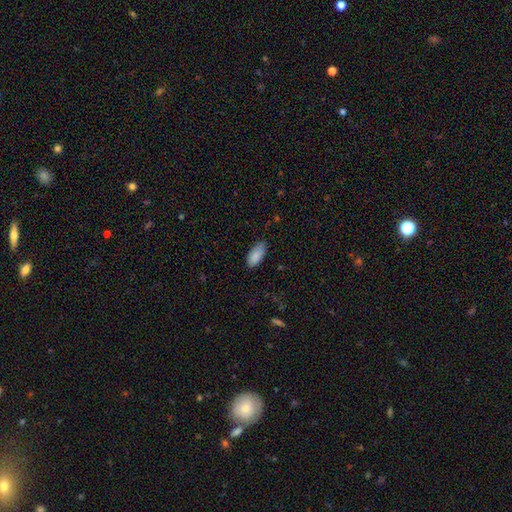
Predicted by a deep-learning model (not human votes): Smooth or featured? smooth (89%)
How rounded? in between (90%)
Merging? none (76%)